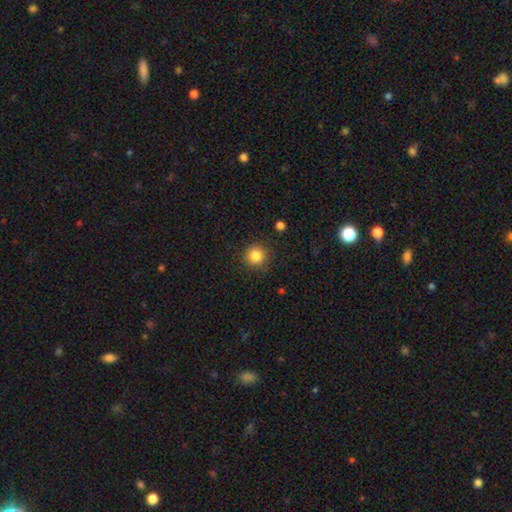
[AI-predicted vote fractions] Morphology: type=smooth (84%); roundness=round (94%); merging=none (90%).